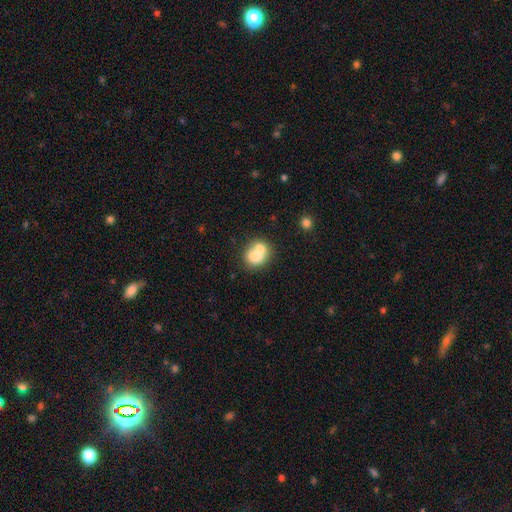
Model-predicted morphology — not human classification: Smooth or featured? smooth (70%)
How rounded? round (65%)
Merging? merger (59%)